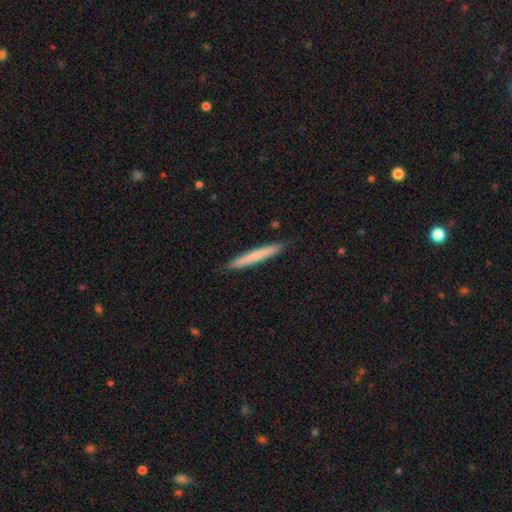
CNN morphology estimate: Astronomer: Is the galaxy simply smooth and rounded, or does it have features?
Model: smooth — 66%.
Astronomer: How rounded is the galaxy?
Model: cigar-shaped — 97%.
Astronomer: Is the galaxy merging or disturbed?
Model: none — 90%.